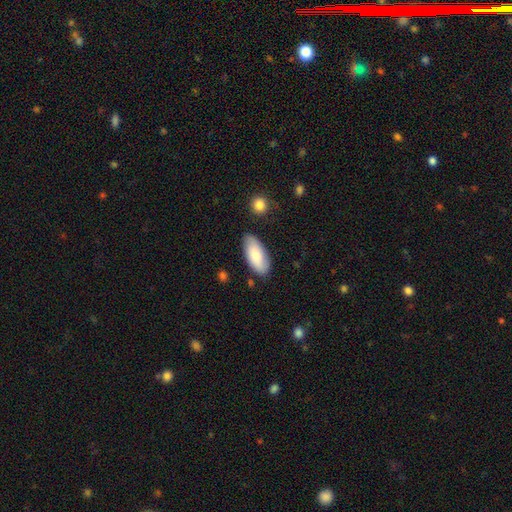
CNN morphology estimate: type=smooth (78%); roundness=in between (90%); merging=none (80%).